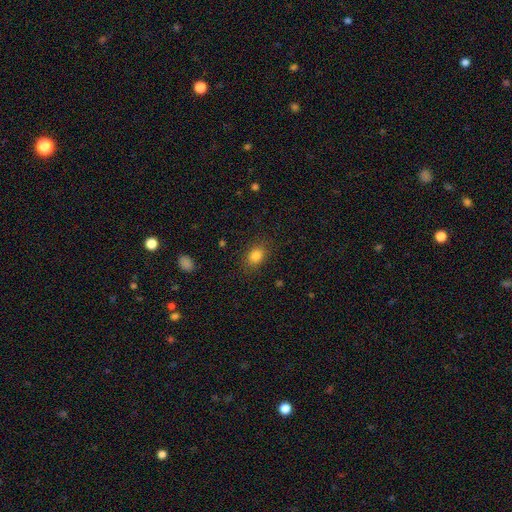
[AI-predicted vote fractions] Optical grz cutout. It shows a smooth galaxy with no disk features (83%) that is in between round and cigar-shaped (68%). Merging: none (84%).